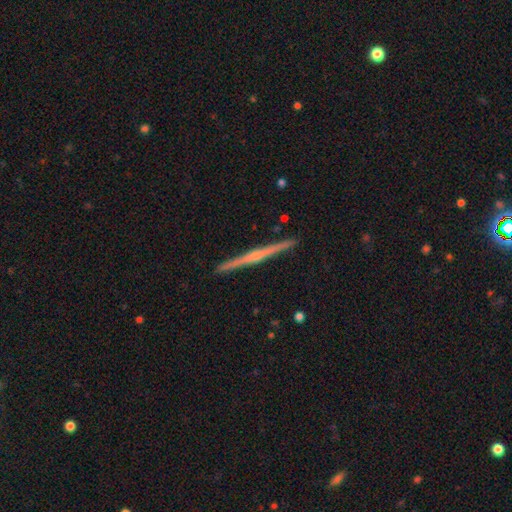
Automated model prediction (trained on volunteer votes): This is clearly a featured or disk galaxy (80%). It is clearly viewed edge-on (99%). Edge-on bulge: likely rounded (69%). Merging: clearly none (93%).